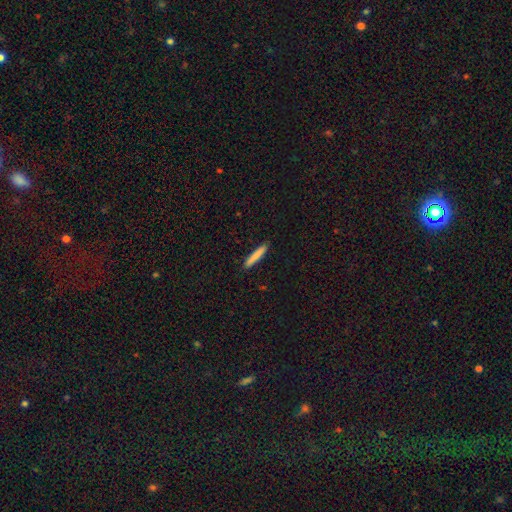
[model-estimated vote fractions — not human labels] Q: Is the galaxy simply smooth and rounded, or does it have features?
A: smooth — 82%.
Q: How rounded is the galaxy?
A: cigar-shaped — 94%.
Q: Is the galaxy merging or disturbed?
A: none — 91%.